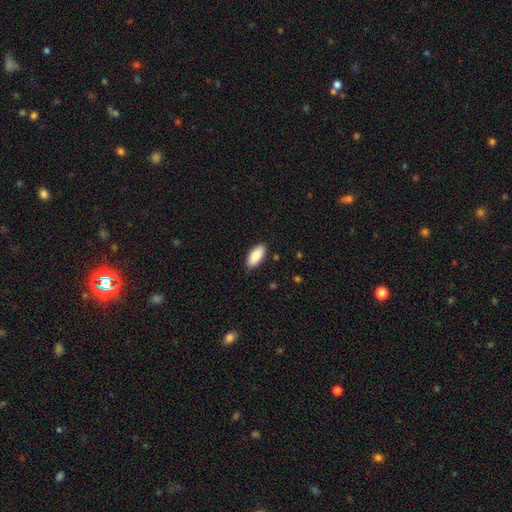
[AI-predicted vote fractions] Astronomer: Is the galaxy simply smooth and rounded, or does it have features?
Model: smooth — 86%.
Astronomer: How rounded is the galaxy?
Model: in between — 91%.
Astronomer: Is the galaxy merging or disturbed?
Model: none — 87%.